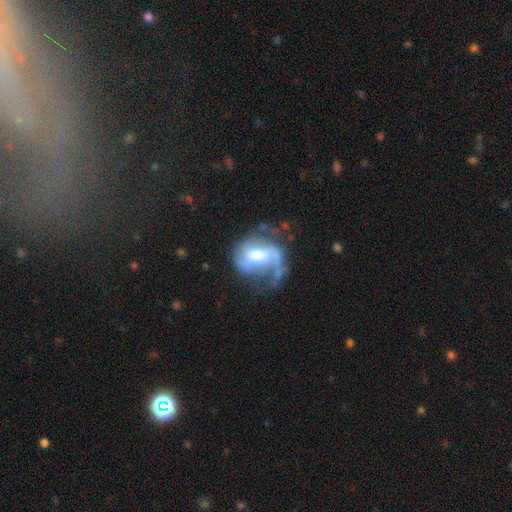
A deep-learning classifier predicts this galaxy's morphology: A featured or disk galaxy (79%) with a weak bar (45%), 2 (45%) medium (43%) spiral arms (90%) and a moderate central bulge (64%). Merging: none (44%).